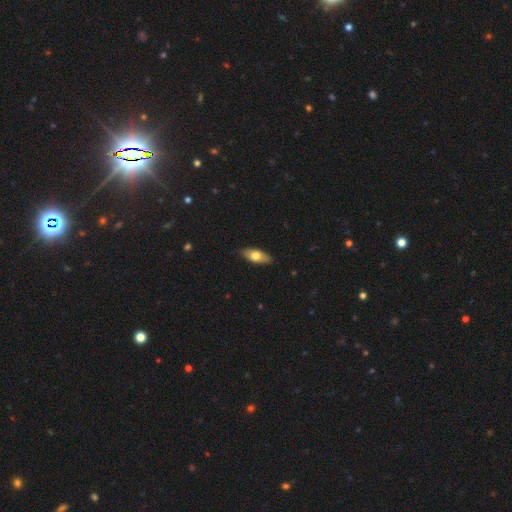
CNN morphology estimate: Smooth or featured? Predicted: smooth (p=0.63). How rounded? Predicted: in between (p=0.78). Merging? Predicted: none (p=0.85).